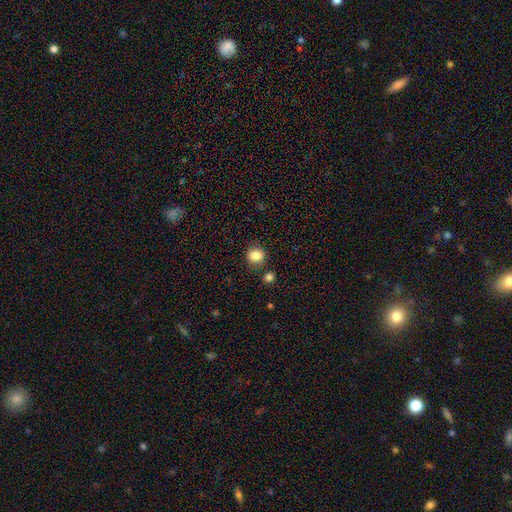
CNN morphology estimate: This is clearly a smooth galaxy (85%). How rounded: clearly round (82%). Merging: clearly none (82%).